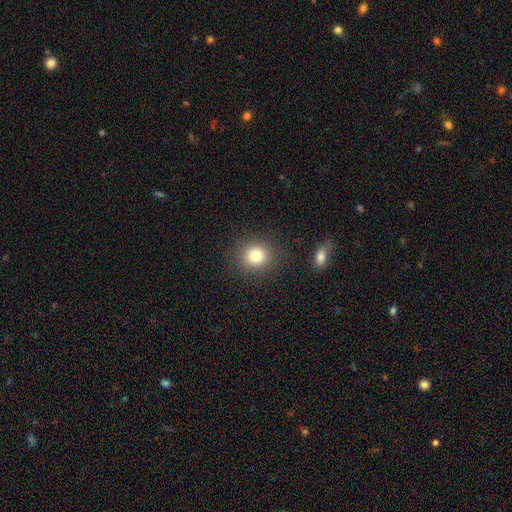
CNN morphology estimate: smooth 80%, star or artifact 12%, featured or disk 8%. Down the decision tree: how rounded — round (84%); merging — none (87%).